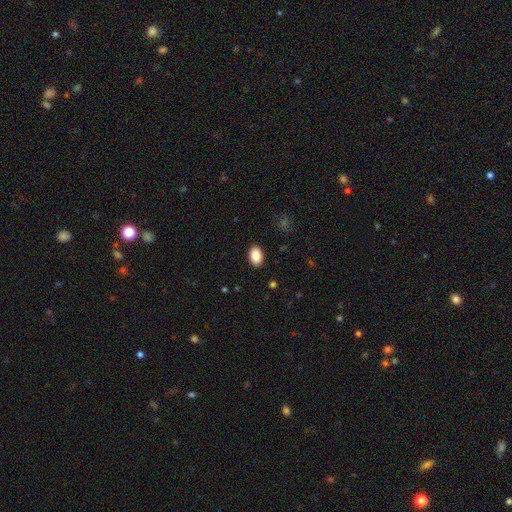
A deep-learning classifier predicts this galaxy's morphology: This appears to be a smooth galaxy with no disk features (89%) that is in between round and cigar-shaped (89%). Merging: none (89%).